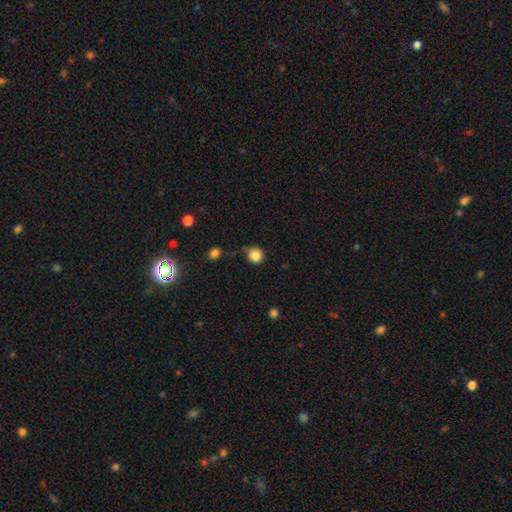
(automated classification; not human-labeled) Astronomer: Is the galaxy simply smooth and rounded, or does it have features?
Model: smooth — 85%.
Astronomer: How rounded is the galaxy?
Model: round — 92%.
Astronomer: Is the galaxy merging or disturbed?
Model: none — 72%.